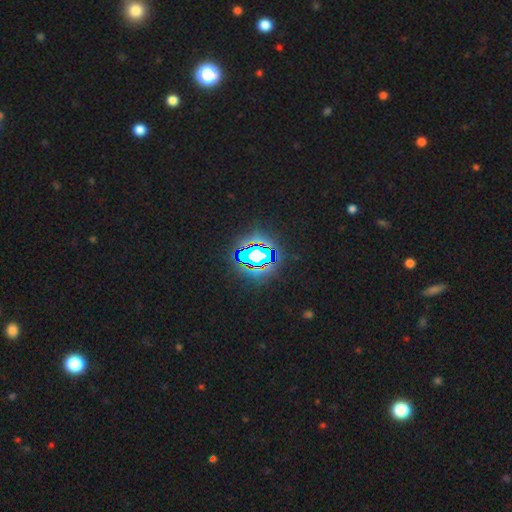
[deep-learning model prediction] star or artifact 72%, smooth 16%, featured or disk 12%.